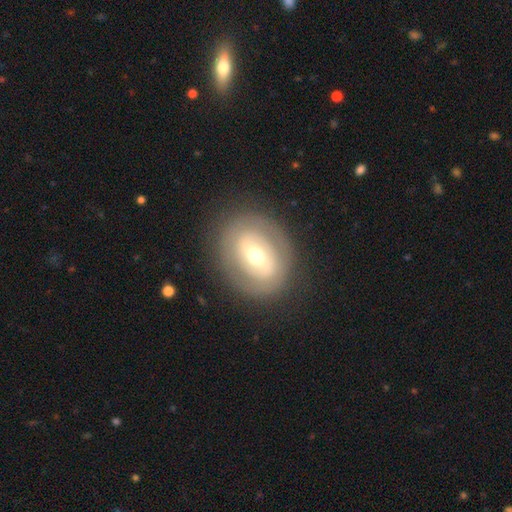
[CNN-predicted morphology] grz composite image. It shows a featured or disk galaxy (60%) with a strong bar (38%), no spiral arms (70%) and a moderate central bulge (53%). Merging: none (83%).